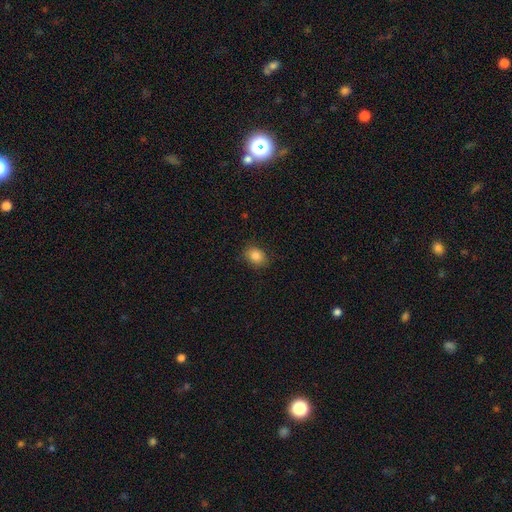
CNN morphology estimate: Q: Smooth or featured?
A: smooth (85%); runner-up: star or artifact (10%)
Q: How rounded?
A: in between (52%); runner-up: round (47%)
Q: Merging?
A: none (83%); runner-up: minor disturbance (13%)